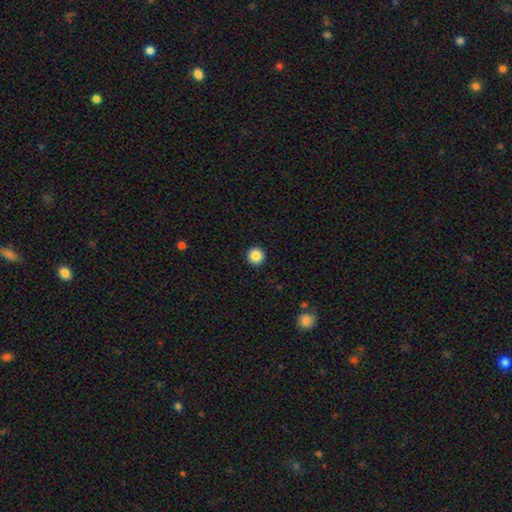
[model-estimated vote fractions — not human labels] A smooth galaxy with no disk features (87%) that is round (96%).

Vote fractions:
- Smooth or featured? smooth: 87% / star or artifact: 9% / featured or disk: 4%
- How rounded? round: 96% / in between: 3% / cigar-shaped: 1%
- Merging? none: 94% / minor disturbance: 4% / major disturbance: 1% / merger: 1%